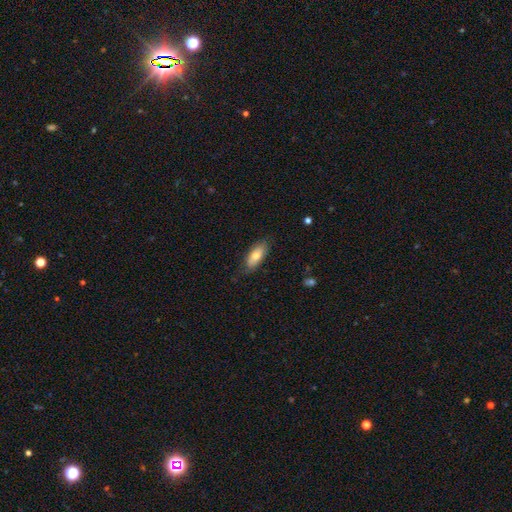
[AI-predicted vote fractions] This appears to be a smooth galaxy with no disk features (74%) that is in between round and cigar-shaped (76%). Merging: none (78%).